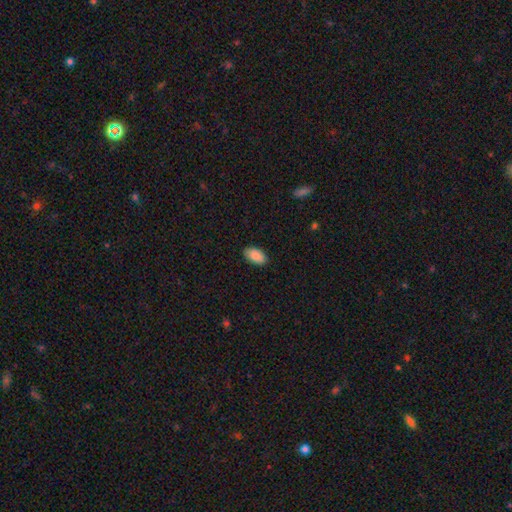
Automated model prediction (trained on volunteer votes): A smooth galaxy with no disk features (89%) that is in between round and cigar-shaped (95%). Merging: none (88%).